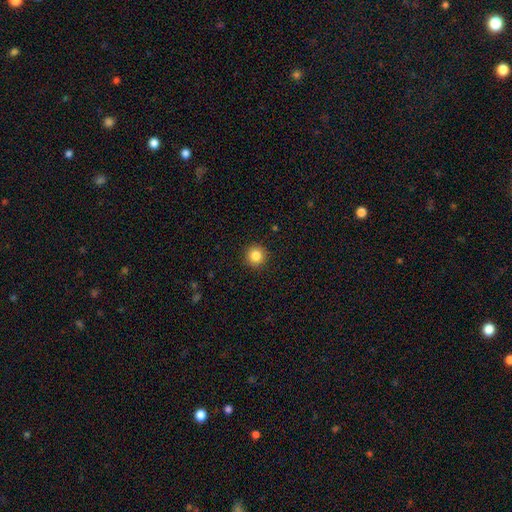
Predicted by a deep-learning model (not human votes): Morphology: type=smooth (84%); roundness=round (95%); merging=none (92%).